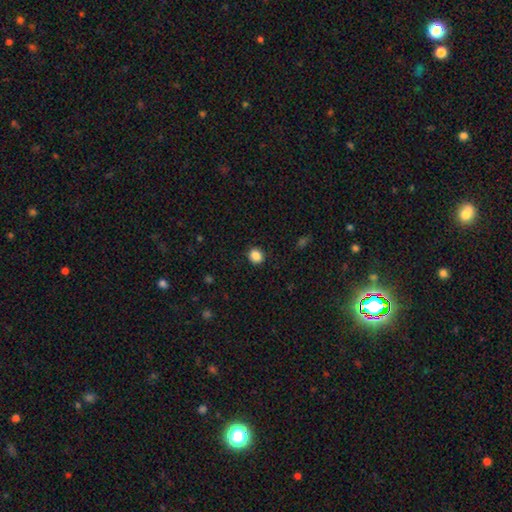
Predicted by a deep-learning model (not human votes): This appears to be a smooth galaxy with no disk features (86%) that is round (77%). Merging: none (90%).